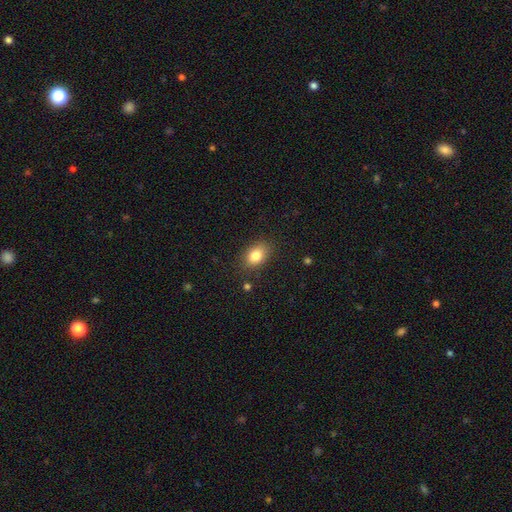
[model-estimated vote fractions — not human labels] This is clearly a smooth galaxy (83%). How rounded: likely in between (77%). Merging: clearly none (84%).